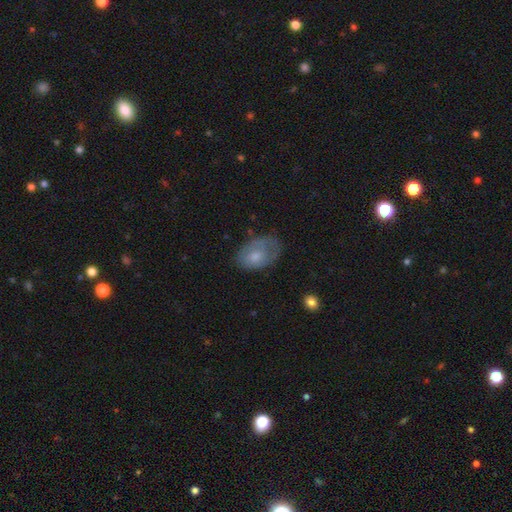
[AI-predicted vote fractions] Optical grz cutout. It shows a smooth galaxy with no disk features (61%) that is in between round and cigar-shaped (85%). Merging: none (49%).